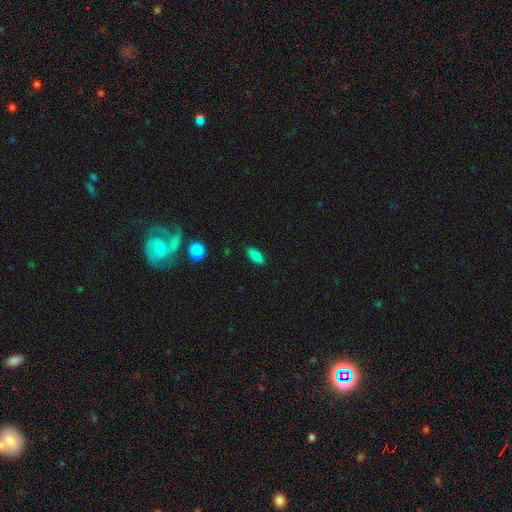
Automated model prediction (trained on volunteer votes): Smooth or featured? smooth (86%)
How rounded? in between (81%)
Merging? none (87%)